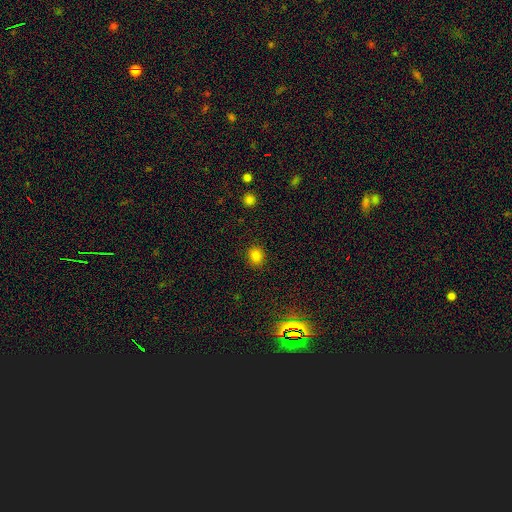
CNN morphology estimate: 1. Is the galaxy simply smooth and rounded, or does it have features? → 81% smooth, 14% star or artifact, 5% featured or disk.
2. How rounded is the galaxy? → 74% round, 25% in between, 1% cigar-shaped.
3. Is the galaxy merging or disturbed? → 90% none, 7% minor disturbance, 2% major disturbance, 1% merger.